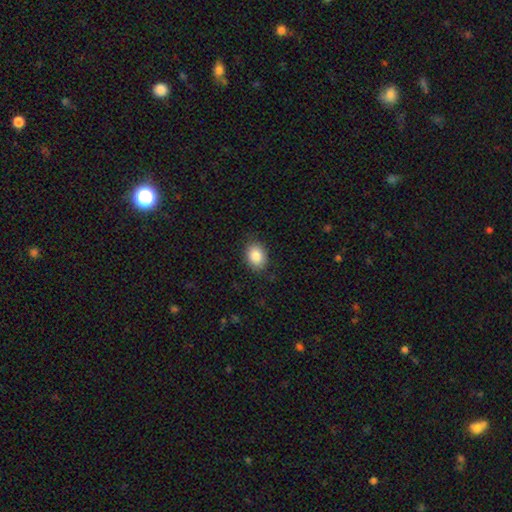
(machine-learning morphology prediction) A smooth galaxy with no disk features (87%) that is in between round and cigar-shaped (64%).

Vote fractions:
- Smooth or featured? smooth: 87% / star or artifact: 8% / featured or disk: 5%
- How rounded? in between: 64% / round: 35% / cigar-shaped: 1%
- Merging? none: 85% / minor disturbance: 11% / major disturbance: 3% / merger: 1%